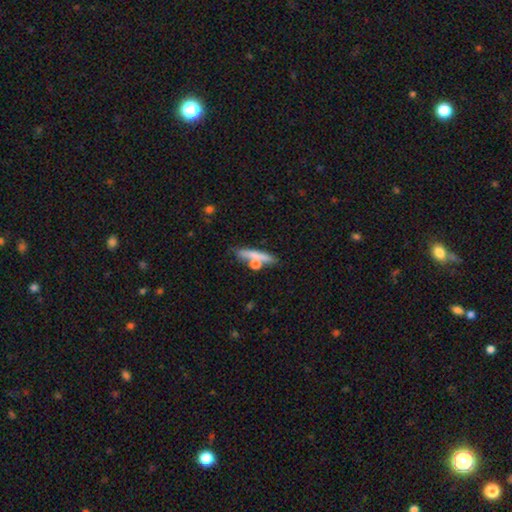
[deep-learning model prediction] A smooth galaxy with no disk features (64%) that is cigar-shaped (74%). Merging: none (63%).